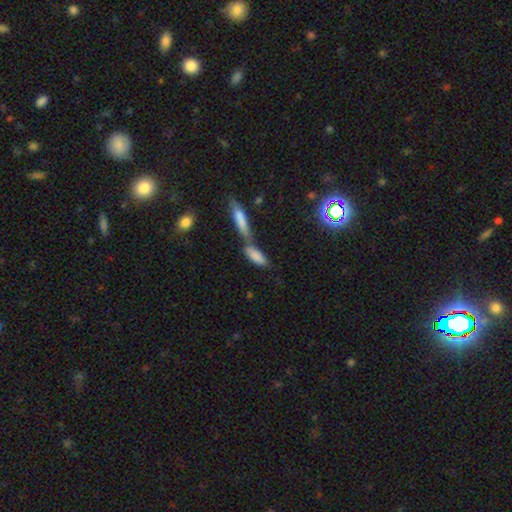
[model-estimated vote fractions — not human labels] Overall: smooth (81%). How rounded: in between (55%; cigar-shaped 43%). Merging: merger (48%; none 37%).